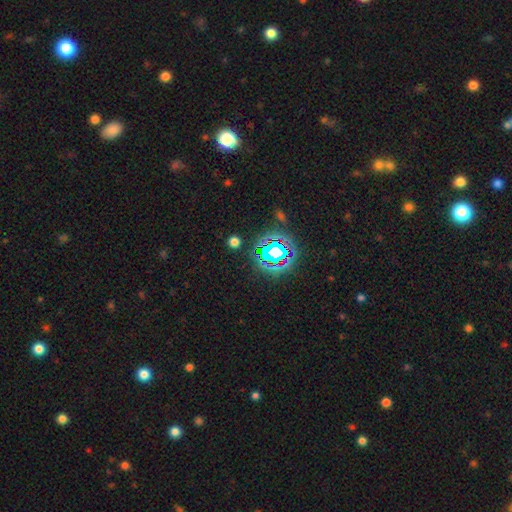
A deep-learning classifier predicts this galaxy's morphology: The model was most divided on "smooth or featured": star or artifact: 79%, smooth: 14%, featured or disk: 8%.